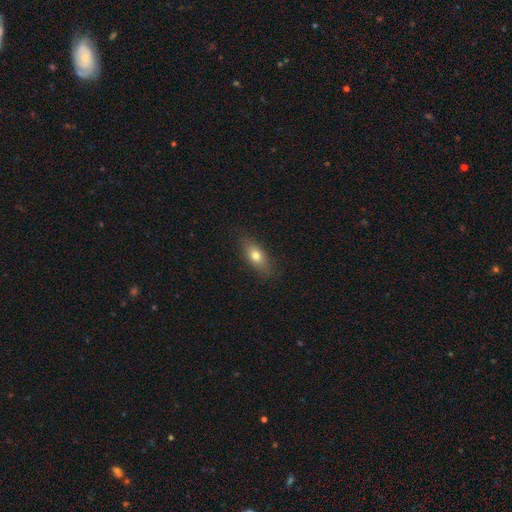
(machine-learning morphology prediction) Q: Smooth or featured?
A: smooth (73%); runner-up: featured or disk (19%)
Q: How rounded?
A: in between (76%); runner-up: cigar-shaped (17%)
Q: Merging?
A: none (83%); runner-up: minor disturbance (13%)